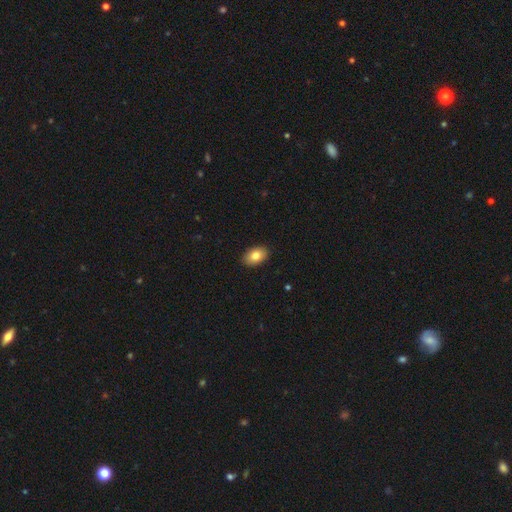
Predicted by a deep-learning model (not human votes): Smooth or featured? Predicted: smooth (p=0.82). How rounded? Predicted: in between (p=0.89). Merging? Predicted: none (p=0.90).